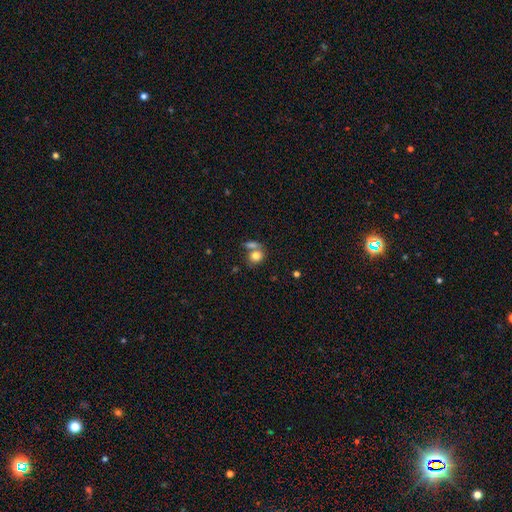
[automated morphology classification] The model was most divided on "merging": none: 44%, merger: 39%, minor disturbance: 12%, major disturbance: 5%. More confident: smooth or featured — smooth (79%); how rounded — round (59%).